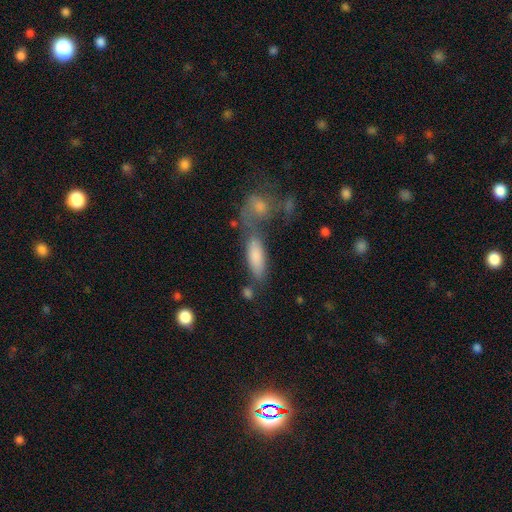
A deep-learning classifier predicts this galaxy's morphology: The model was most divided on "how rounded": in between: 58%, cigar-shaped: 39%, round: 3%. Remaining: smooth or featured — smooth (80%); merging — none (49%).